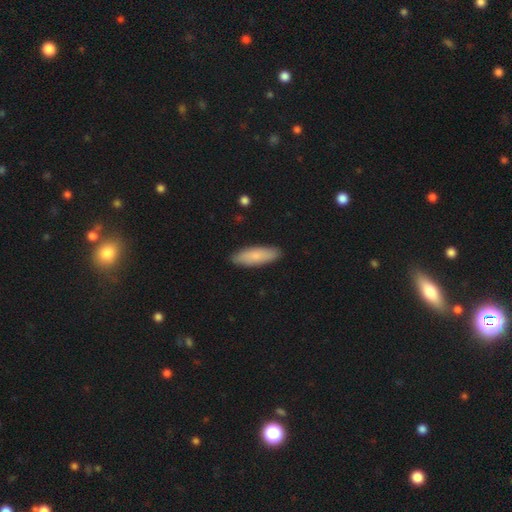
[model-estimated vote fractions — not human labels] smooth-or-featured: smooth: 80% | featured or disk: 14% | star or artifact: 6%
  how-rounded: cigar-shaped: 50% | in between: 48% | round: 2%
  merging: none: 89% | minor disturbance: 9% | major disturbance: 2% | merger: 1%